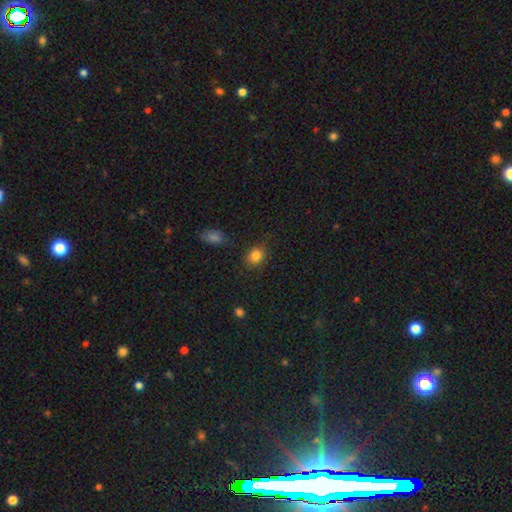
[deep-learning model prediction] Smooth or featured? smooth (84%)
How rounded? round (52%)
Merging? none (80%)